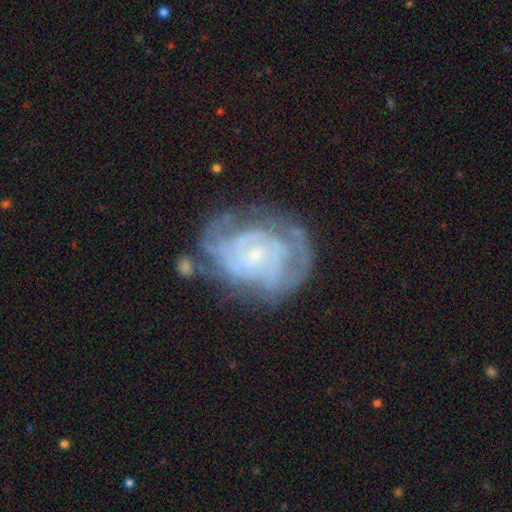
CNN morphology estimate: smooth_or_featured: featured or disk (p=0.82) [alt: smooth p=0.11]
disk_edge_on: no (p=0.98) [alt: yes p=0.02]
bar: no (p=0.60) [alt: weak p=0.33]
has_spiral_arms: yes (p=0.89) [alt: no p=0.11]
spiral_winding: tight (p=0.63) [alt: medium p=0.29]
spiral_arm_count: can't tell (p=0.43) [alt: 2 p=0.21]
bulge_size: small (p=0.71) [alt: moderate p=0.19]
merging: none (p=0.54) [alt: minor disturbance p=0.23]